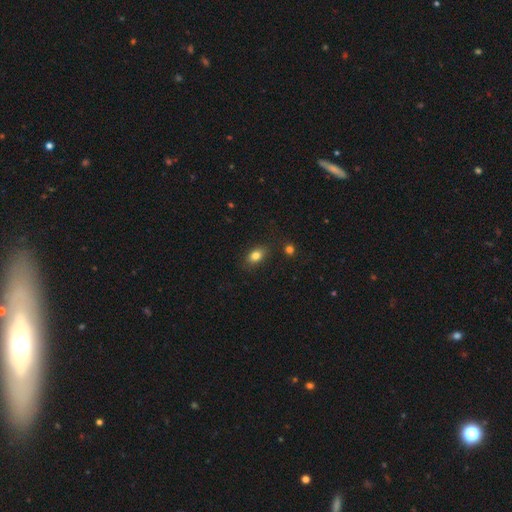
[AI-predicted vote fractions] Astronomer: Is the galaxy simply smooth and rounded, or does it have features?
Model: smooth — 82%.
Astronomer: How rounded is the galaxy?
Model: in between — 81%.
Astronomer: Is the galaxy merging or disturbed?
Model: none — 83%.